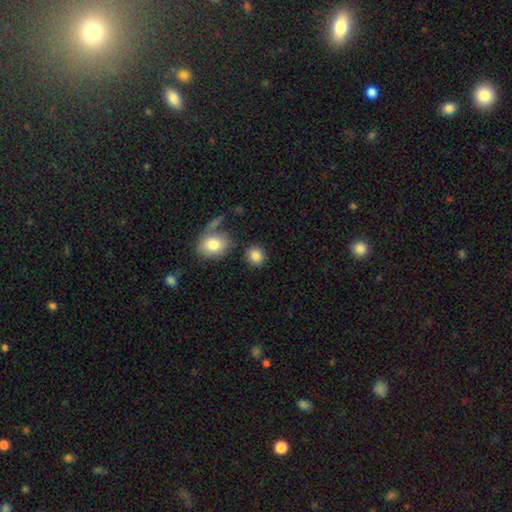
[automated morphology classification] The model was most divided on "how rounded": round: 79%, in between: 19%, cigar-shaped: 1%. More confident: smooth or featured — smooth (86%); merging — none (82%).